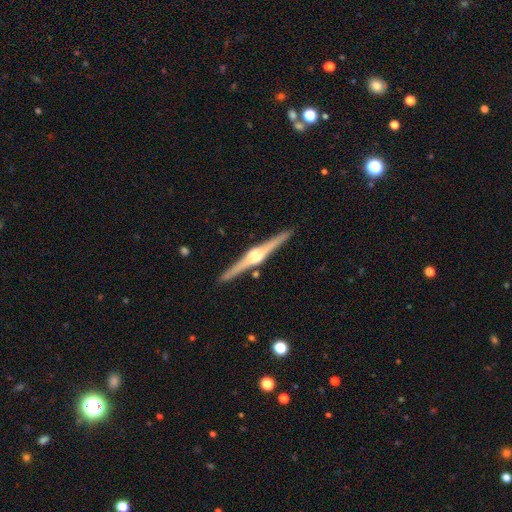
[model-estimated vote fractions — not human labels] smooth-or-featured: featured or disk: 86% | smooth: 9% | star or artifact: 5%
  disk-edge-on: yes: 99% | no: 1%
    edge-on-bulge: rounded: 91% | boxy: 7% | none: 2%
  merging: none: 91% | minor disturbance: 6% | merger: 1% | major disturbance: 1%